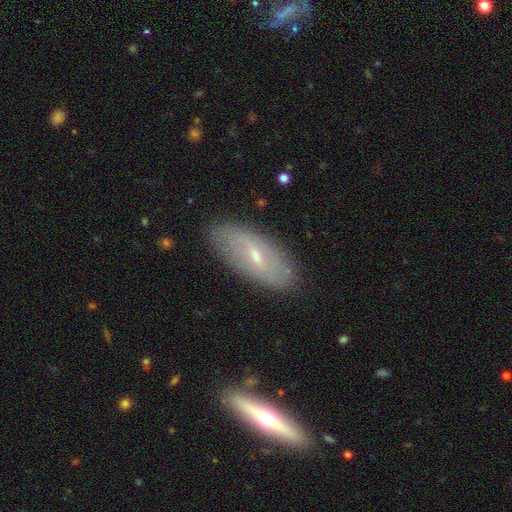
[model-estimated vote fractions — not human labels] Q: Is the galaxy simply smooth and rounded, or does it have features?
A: featured or disk — 53%.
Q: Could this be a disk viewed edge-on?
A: no — 80%.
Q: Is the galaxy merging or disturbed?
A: none — 84%.